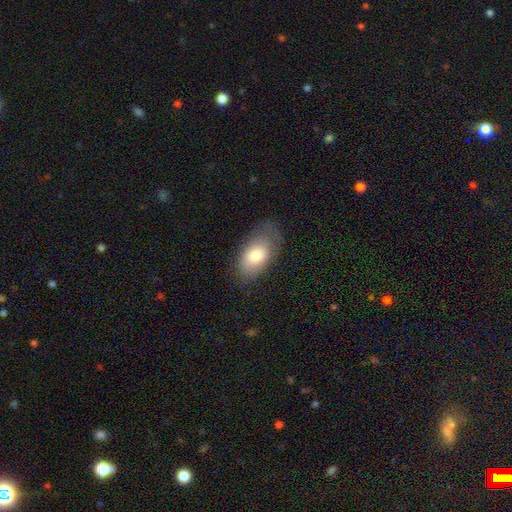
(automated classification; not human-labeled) smooth 74%, featured or disk 19%, star or artifact 7%. Down the decision tree: how rounded — in between (92%); merging — none (64%).